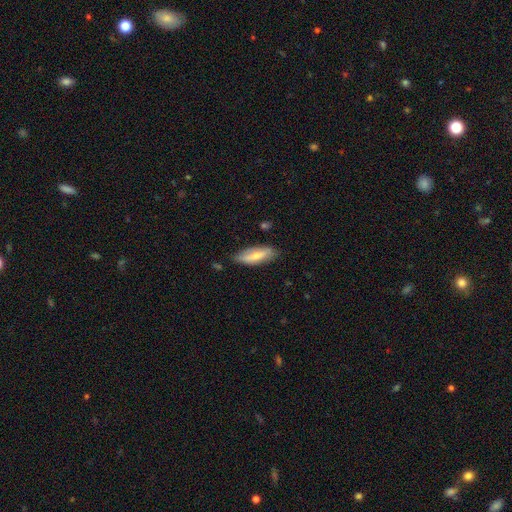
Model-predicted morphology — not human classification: This appears to be a smooth galaxy with no disk features (60%) that is in between round and cigar-shaped (61%). Merging: none (77%).